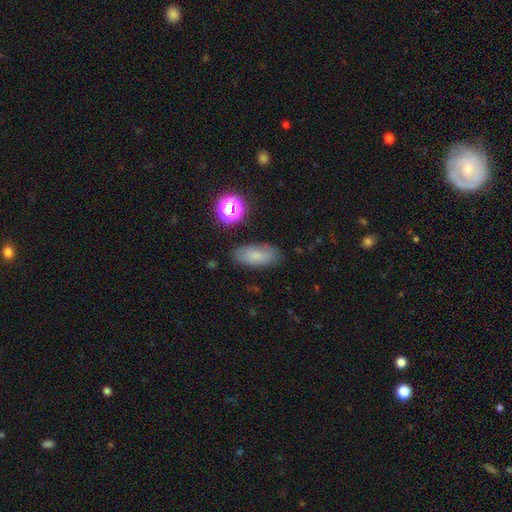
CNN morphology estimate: A smooth galaxy with no disk features (77%) that is in between round and cigar-shaped (87%).

Vote fractions:
- Smooth or featured? smooth: 77% / featured or disk: 12% / star or artifact: 12%
- How rounded? in between: 87% / cigar-shaped: 8% / round: 5%
- Merging? none: 81% / minor disturbance: 13% / major disturbance: 4% / merger: 2%